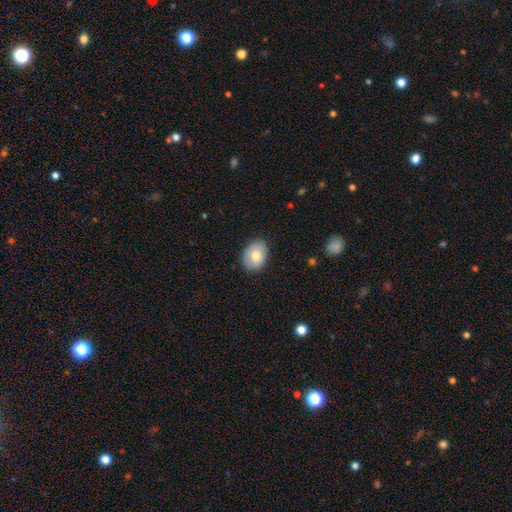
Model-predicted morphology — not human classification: type=smooth (77%); roundness=in between (70%); merging=none (82%).